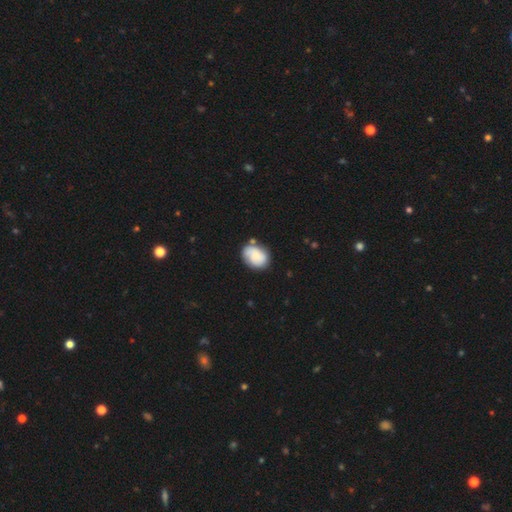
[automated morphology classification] Overall: smooth (66%; featured or disk 27%). How rounded: in between (65%; round 34%). Merging: none (64%).